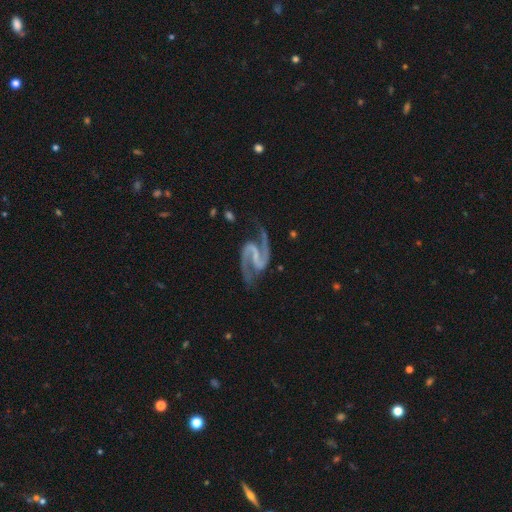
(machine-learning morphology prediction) The model was most divided on "bar": strong: 44%, weak: 39%, no: 17%. More confident: spiral arms — yes (98%); edge-on disk — no (98%); spiral arm count — 2 (95%); smooth or featured — featured or disk (94%); merging — none (75%); spiral winding — medium (60%); bulge size — none (55%).